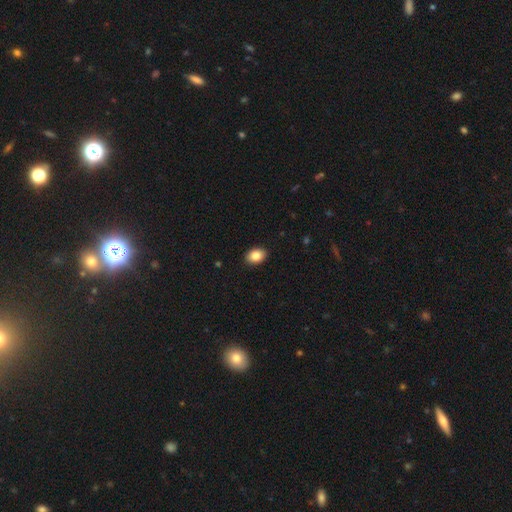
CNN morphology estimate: The model was most divided on "how rounded": in between: 77%, round: 22%, cigar-shaped: 1%. More confident: merging — none (90%); smooth or featured — smooth (87%).